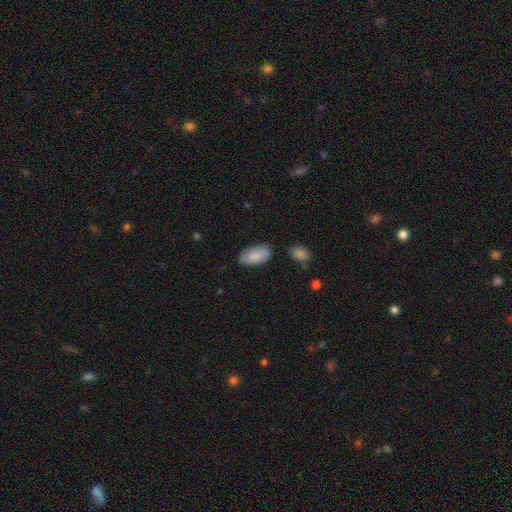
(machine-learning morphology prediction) type=smooth (85%); roundness=in between (95%); merging=none (77%).